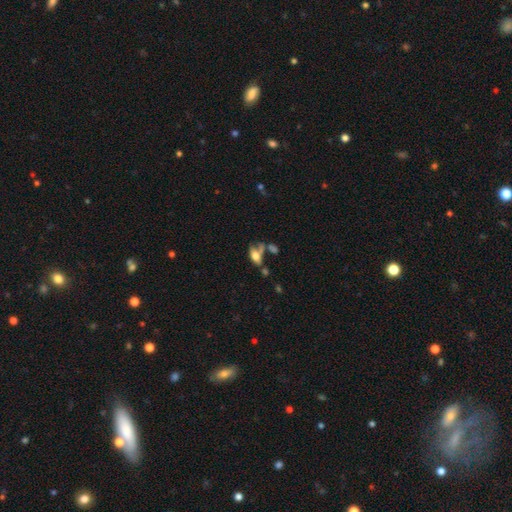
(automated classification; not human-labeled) Smooth or featured? smooth (59%)
How rounded? in between (80%)
Merging? none (34%)